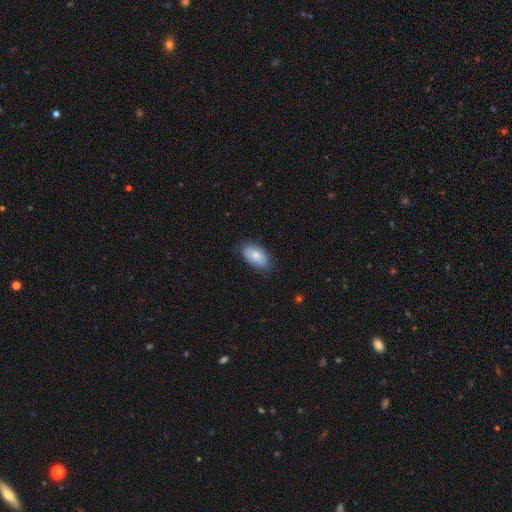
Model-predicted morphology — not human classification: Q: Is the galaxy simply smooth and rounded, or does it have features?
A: smooth — 81%.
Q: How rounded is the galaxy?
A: in between — 94%.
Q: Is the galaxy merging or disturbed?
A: none — 80%.